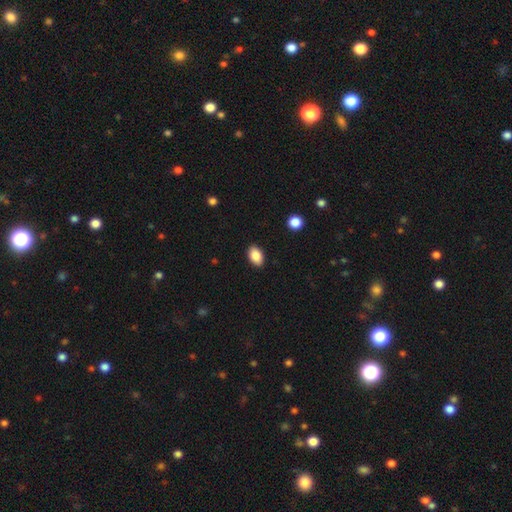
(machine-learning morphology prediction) Q: Smooth or featured?
A: smooth (87%); runner-up: star or artifact (8%)
Q: How rounded?
A: in between (91%); runner-up: round (8%)
Q: Merging?
A: none (89%); runner-up: minor disturbance (8%)